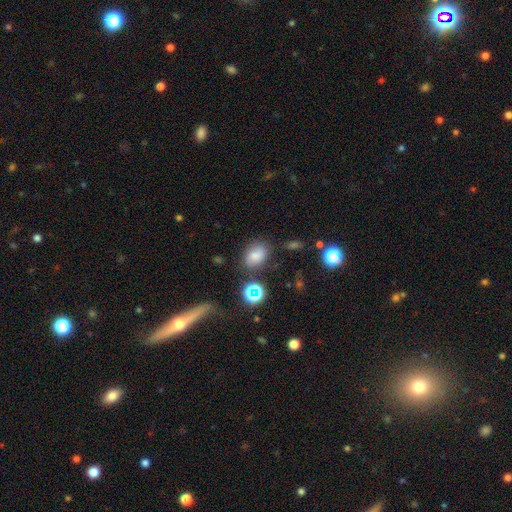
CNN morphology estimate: A smooth galaxy with no disk features (75%) that is in between round and cigar-shaped (73%).

Vote fractions:
- Smooth or featured? smooth: 75% / star or artifact: 16% / featured or disk: 10%
- How rounded? in between: 73% / round: 26% / cigar-shaped: 1%
- Merging? none: 72% / minor disturbance: 17% / major disturbance: 6% / merger: 5%